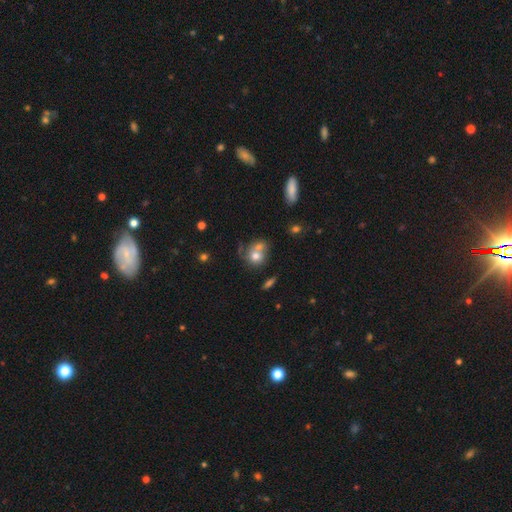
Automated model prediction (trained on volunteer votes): This is likely a smooth galaxy (68%). How rounded: likely round (71%). Merging: possibly merger (51%).